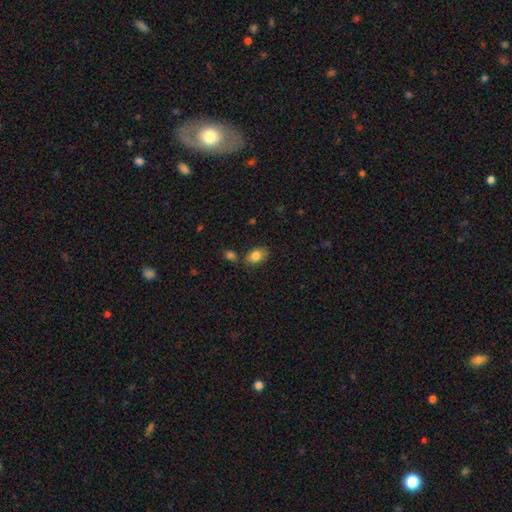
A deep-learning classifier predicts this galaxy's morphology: Smooth or featured? Predicted: smooth (p=0.83). How rounded? Predicted: in between (p=0.84). Merging? Predicted: none (p=0.75).